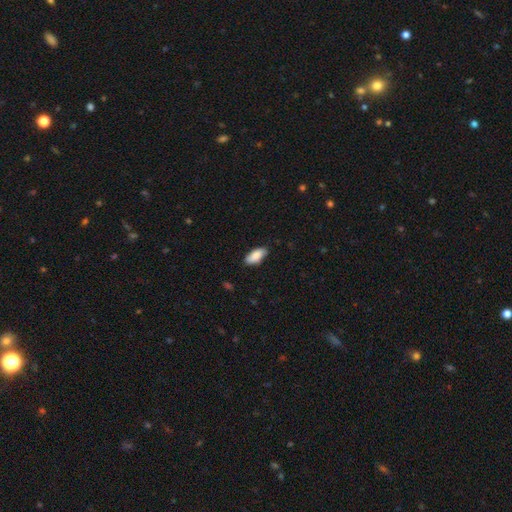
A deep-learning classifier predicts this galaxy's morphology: smooth-or-featured: smooth: 83% | featured or disk: 11% | star or artifact: 6%
  how-rounded: in between: 87% | cigar-shaped: 11% | round: 2%
  merging: none: 82% | minor disturbance: 14% | major disturbance: 2% | merger: 1%